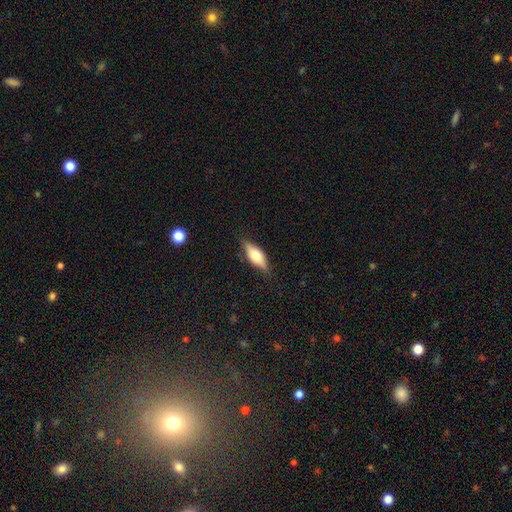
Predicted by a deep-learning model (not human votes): Overall: smooth (53%; featured or disk 40%). How rounded: in between (72%). Merging: none (81%).